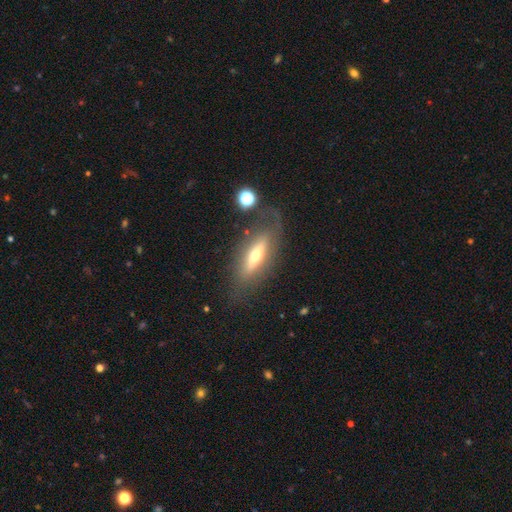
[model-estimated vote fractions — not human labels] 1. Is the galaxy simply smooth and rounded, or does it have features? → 55% featured or disk, 37% smooth, 8% star or artifact.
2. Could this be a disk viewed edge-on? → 60% yes, 40% no.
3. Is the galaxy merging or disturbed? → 67% none, 18% minor disturbance, 12% major disturbance, 4% merger.